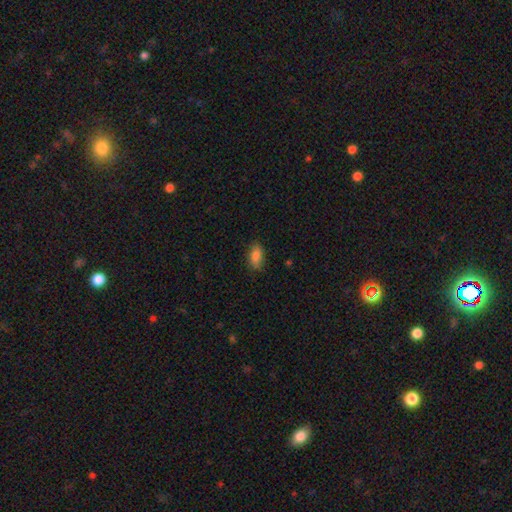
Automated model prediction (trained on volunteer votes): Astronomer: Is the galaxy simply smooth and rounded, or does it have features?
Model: smooth — 84%.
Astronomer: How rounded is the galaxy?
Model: in between — 88%.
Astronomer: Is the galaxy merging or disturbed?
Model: none — 82%.